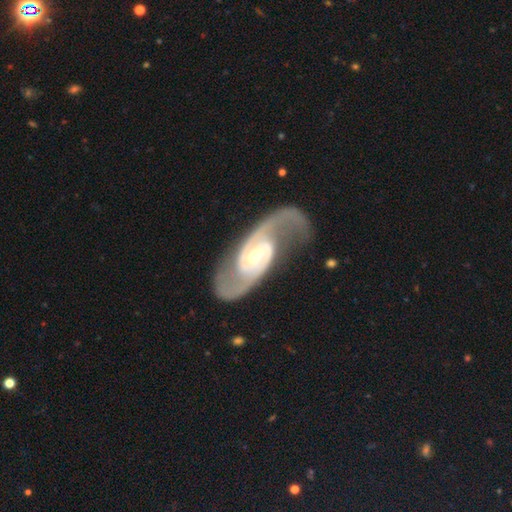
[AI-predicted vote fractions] Smooth or featured: featured or disk — 92% (star or artifact — 4%)
Edge-on disk: no — 96% (yes — 4%)
Bar: no — 45% (weak — 36%)
Spiral arms: yes — 97% (no — 3%)
Spiral winding: medium — 51% (loose — 32%)
Spiral arm count: 2 — 93% (can't tell — 2%)
Bulge size: moderate — 51% (small — 44%)
Merging: none — 71% (minor disturbance — 14%)